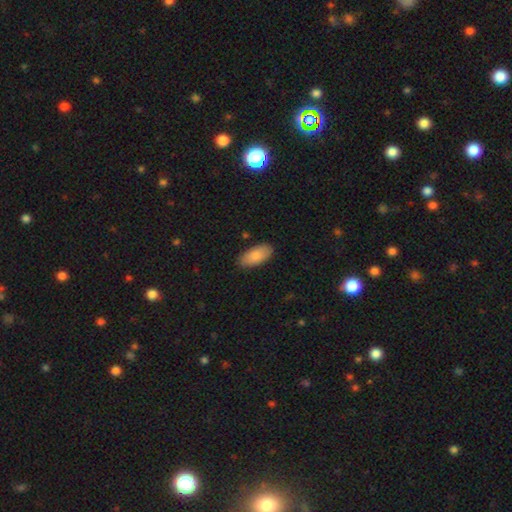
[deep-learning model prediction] Overall: smooth (85%). How rounded: in between (92%). Merging: none (85%).